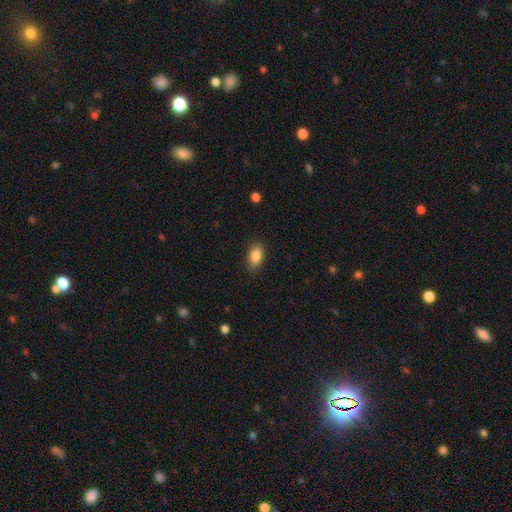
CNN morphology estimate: Q: Smooth or featured?
A: smooth (86%); runner-up: star or artifact (7%)
Q: How rounded?
A: in between (88%); runner-up: round (7%)
Q: Merging?
A: none (84%); runner-up: minor disturbance (12%)